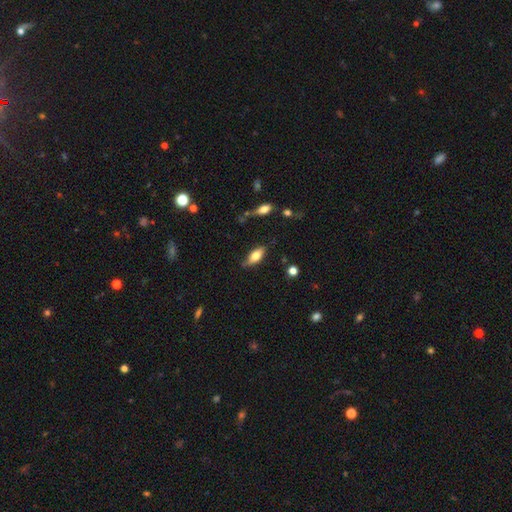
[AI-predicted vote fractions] Smooth or featured?
  - smooth: 66% *
  - featured or disk: 28%
  - star or artifact: 7%
How rounded?
  - in between: 77% *
  - cigar-shaped: 20%
  - round: 3%
Merging?
  - none: 74% *
  - minor disturbance: 20%
  - major disturbance: 4%
  - merger: 2%